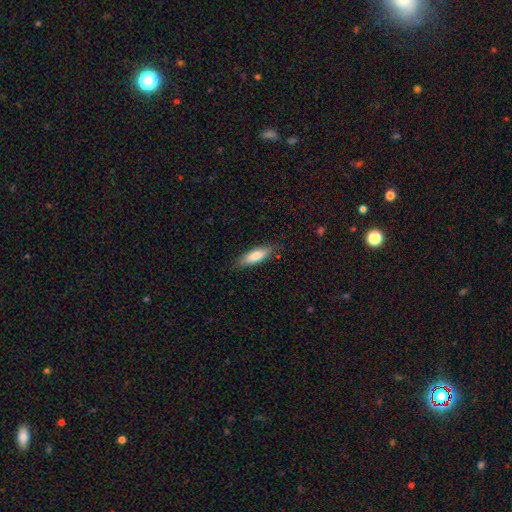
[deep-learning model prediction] Smooth or featured: smooth — 80% (featured or disk — 14%)
How rounded: cigar-shaped — 52% (in between — 46%)
Merging: none — 83% (minor disturbance — 13%)